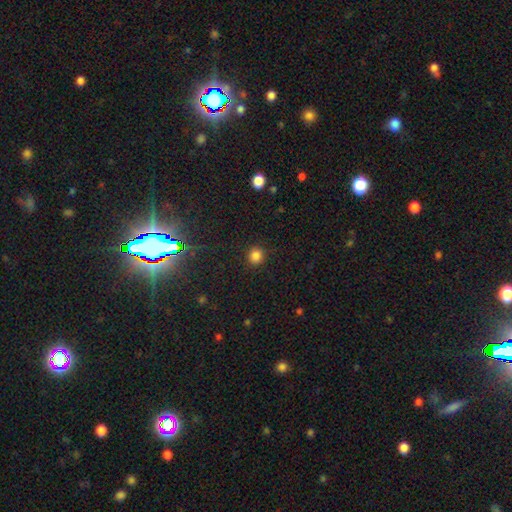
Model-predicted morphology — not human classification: Smooth or featured? Predicted: smooth (p=0.83). How rounded? Predicted: round (p=0.89). Merging? Predicted: none (p=0.90).